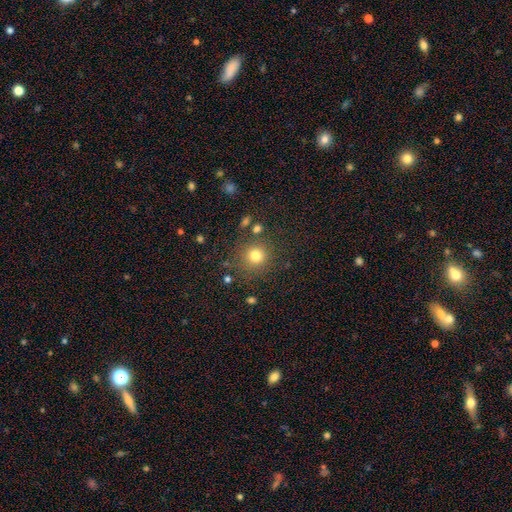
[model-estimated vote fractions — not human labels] smooth 78%, star or artifact 15%, featured or disk 7%. Down the decision tree: how rounded — round (93%); merging — none (82%).